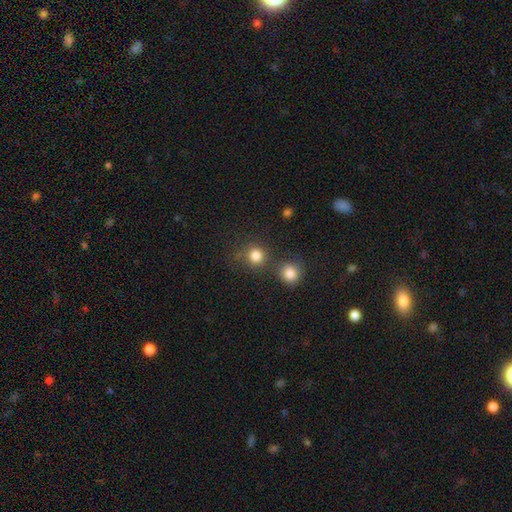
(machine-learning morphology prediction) A smooth galaxy with no disk features (82%) that is round (89%).

Vote fractions:
- Smooth or featured? smooth: 82% / star or artifact: 12% / featured or disk: 5%
- How rounded? round: 89% / in between: 10% / cigar-shaped: 1%
- Merging? none: 65% / merger: 22% / minor disturbance: 9% / major disturbance: 4%